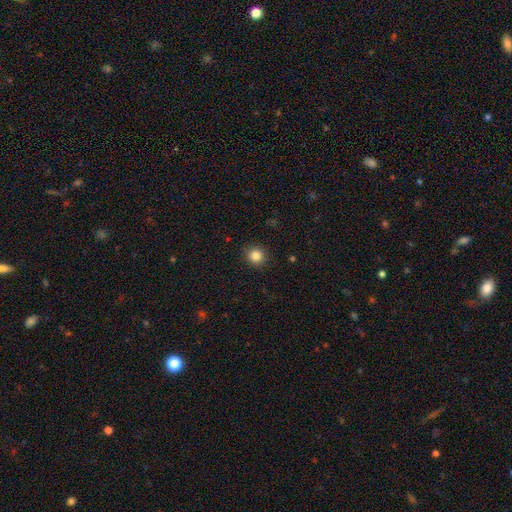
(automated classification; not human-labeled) Smooth or featured? Predicted: smooth (p=0.84). How rounded? Predicted: round (p=0.92). Merging? Predicted: none (p=0.91).